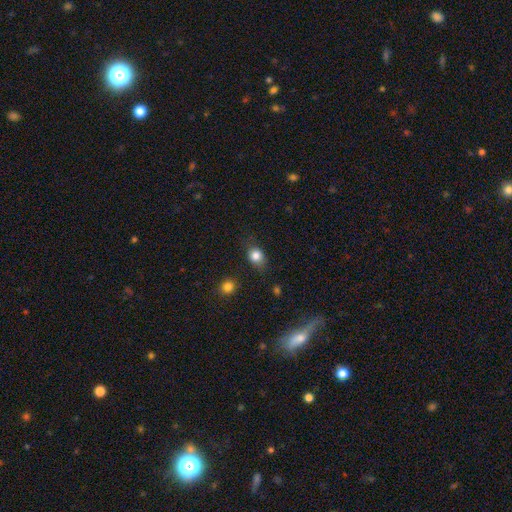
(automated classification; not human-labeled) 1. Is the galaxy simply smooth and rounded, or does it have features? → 83% smooth, 10% star or artifact, 7% featured or disk.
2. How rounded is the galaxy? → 51% in between, 47% round, 2% cigar-shaped.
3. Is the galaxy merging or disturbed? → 74% none, 19% minor disturbance, 5% major disturbance, 2% merger.